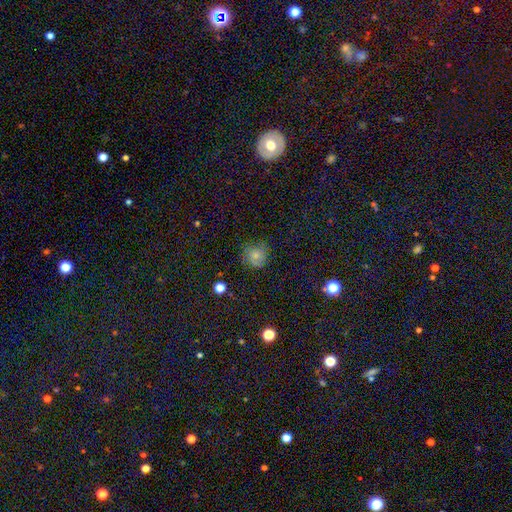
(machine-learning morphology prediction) This appears to be a smooth galaxy with no disk features (73%) that is round (87%). Merging: none (72%).